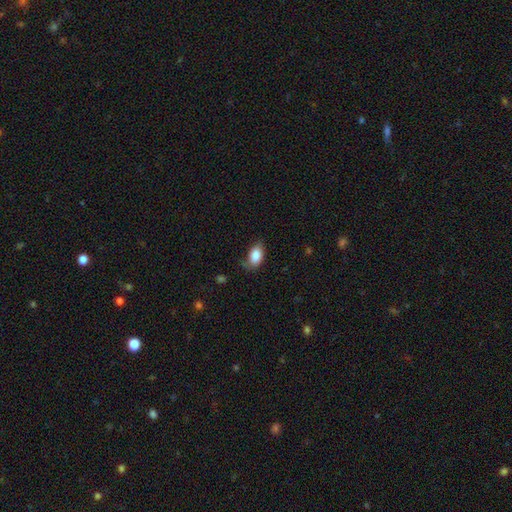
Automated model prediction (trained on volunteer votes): The model was most divided on "merging": none: 62%, minor disturbance: 29%, major disturbance: 7%, merger: 2%. More confident: how rounded — in between (90%); smooth or featured — smooth (85%).